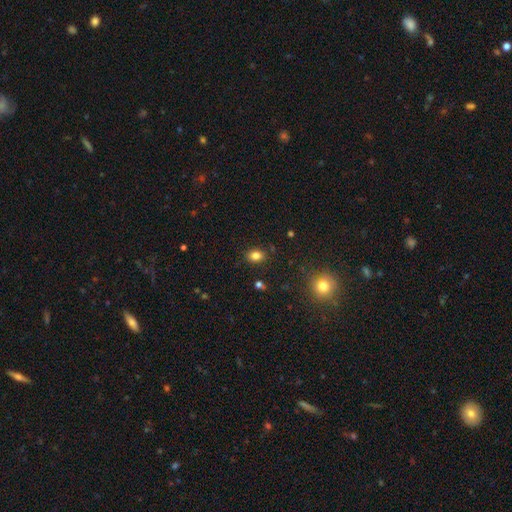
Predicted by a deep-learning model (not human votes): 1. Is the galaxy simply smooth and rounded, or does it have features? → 82% smooth, 12% star or artifact, 6% featured or disk.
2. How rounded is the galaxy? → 62% in between, 37% round, 1% cigar-shaped.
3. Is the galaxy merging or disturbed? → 86% none, 9% minor disturbance, 2% major disturbance, 2% merger.